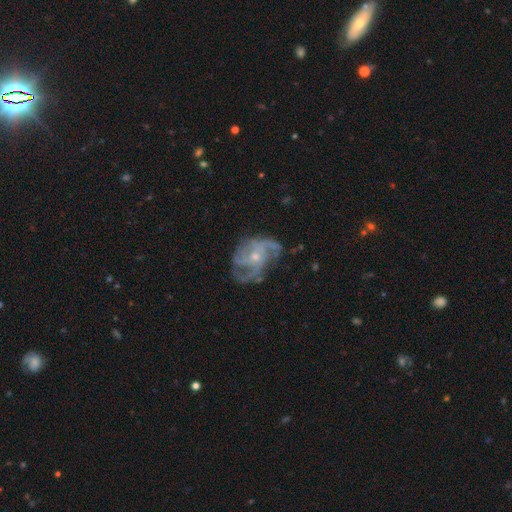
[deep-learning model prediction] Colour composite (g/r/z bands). It shows a featured or disk galaxy (87%) with no bar (67%), 3 (38%) medium (47%) spiral arms (94%) and a small central bulge (63%). Merging: none (57%).